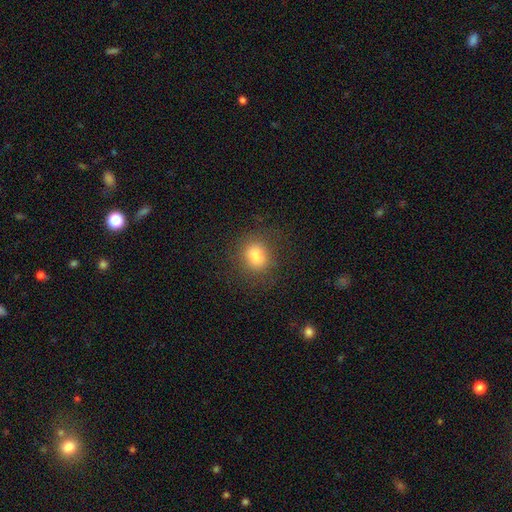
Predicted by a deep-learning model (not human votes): Q: Smooth or featured?
A: smooth (82%); runner-up: star or artifact (11%)
Q: How rounded?
A: round (57%); runner-up: in between (42%)
Q: Merging?
A: none (79%); runner-up: minor disturbance (13%)